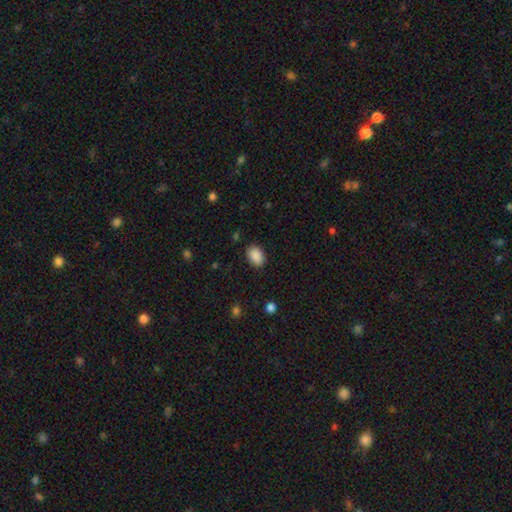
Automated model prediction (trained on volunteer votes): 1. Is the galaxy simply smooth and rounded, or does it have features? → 89% smooth, 8% star or artifact, 3% featured or disk.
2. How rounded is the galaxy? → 80% in between, 19% round, 1% cigar-shaped.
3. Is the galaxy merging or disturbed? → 85% none, 11% minor disturbance, 3% major disturbance, 1% merger.